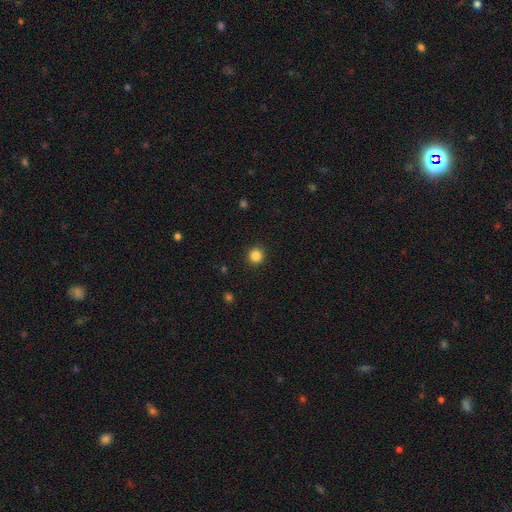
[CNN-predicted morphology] smooth-or-featured: smooth: 85% | star or artifact: 12% | featured or disk: 4%
  how-rounded: round: 93% | in between: 6% | cigar-shaped: 1%
  merging: none: 92% | minor disturbance: 5% | major disturbance: 2% | merger: 1%